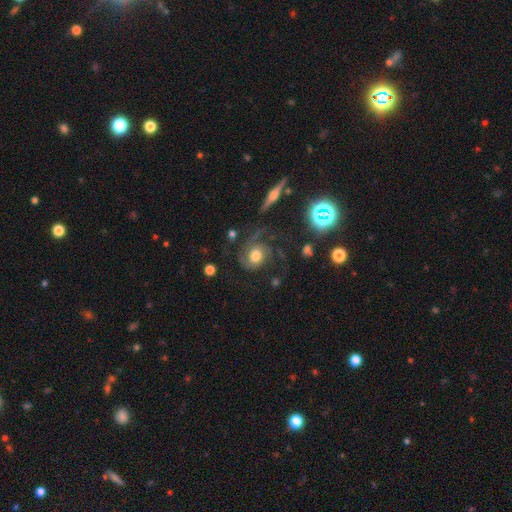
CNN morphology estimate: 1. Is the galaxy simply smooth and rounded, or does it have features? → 72% featured or disk, 19% smooth, 9% star or artifact.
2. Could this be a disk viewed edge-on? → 96% no, 4% yes.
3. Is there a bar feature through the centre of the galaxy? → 75% no, 21% weak, 4% strong.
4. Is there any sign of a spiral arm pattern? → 93% yes, 7% no.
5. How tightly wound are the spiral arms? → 44% medium, 32% tight, 24% loose.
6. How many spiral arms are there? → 46% 2, 15% 3, 15% 1, 14% can't tell, 5% 4, 4% more than 4.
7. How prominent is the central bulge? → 51% moderate, 36% large, 7% small, 4% dominant, 2% none.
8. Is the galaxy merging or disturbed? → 56% none, 23% major disturbance, 17% minor disturbance, 3% merger.